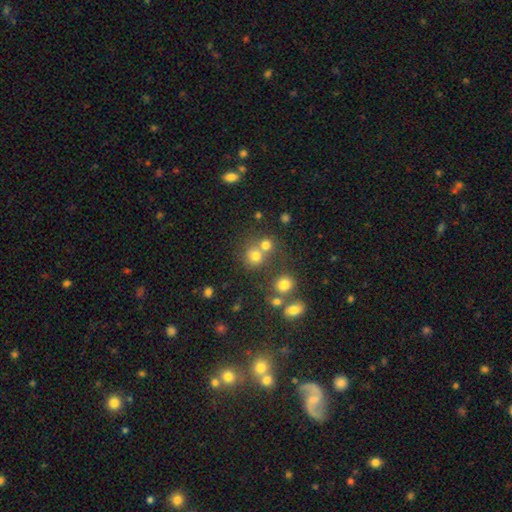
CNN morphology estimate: Smooth or featured?
  - smooth: 71% *
  - star or artifact: 18%
  - featured or disk: 11%
How rounded?
  - round: 83% *
  - in between: 16%
  - cigar-shaped: 1%
Merging?
  - none: 51% *
  - merger: 36%
  - minor disturbance: 8%
  - major disturbance: 4%